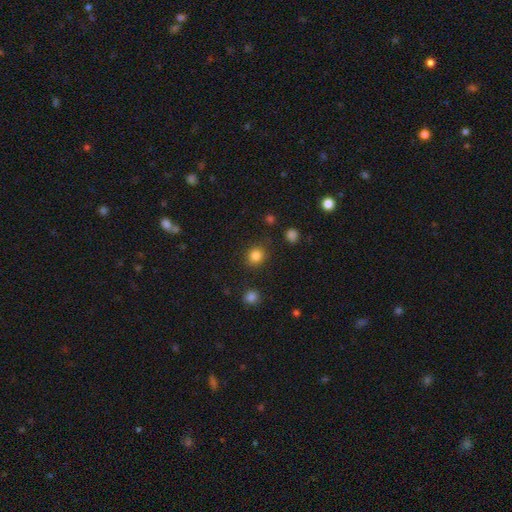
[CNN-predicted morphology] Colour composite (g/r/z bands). It shows a smooth galaxy with no disk features (84%) that is round (83%). Merging: none (86%).